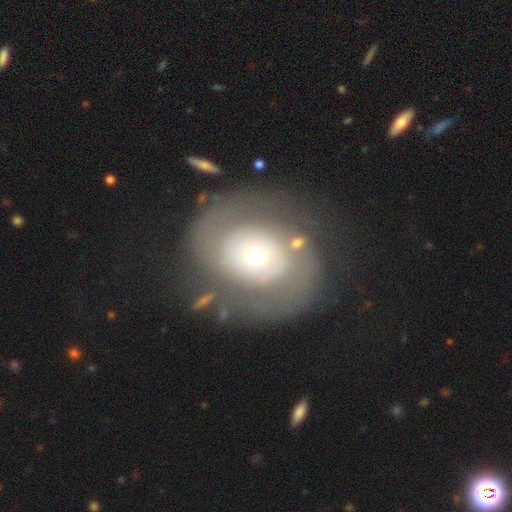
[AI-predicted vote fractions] smooth_or_featured: featured or disk (p=0.65) [alt: smooth p=0.28]
disk_edge_on: no (p=0.96) [alt: yes p=0.04]
bar: no (p=0.84) [alt: weak p=0.11]
has_spiral_arms: yes (p=0.53) [alt: no p=0.47]
bulge_size: moderate (p=0.56) [alt: small p=0.31]
merging: none (p=0.71) [alt: minor disturbance p=0.14]